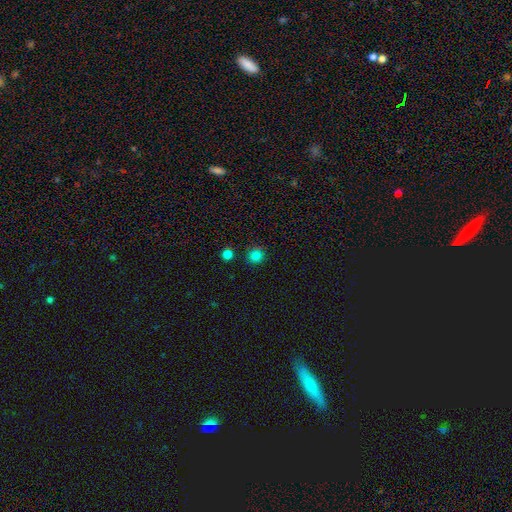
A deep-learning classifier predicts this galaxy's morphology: A smooth galaxy with no disk features (82%) that is round (91%). Merging: none (85%).